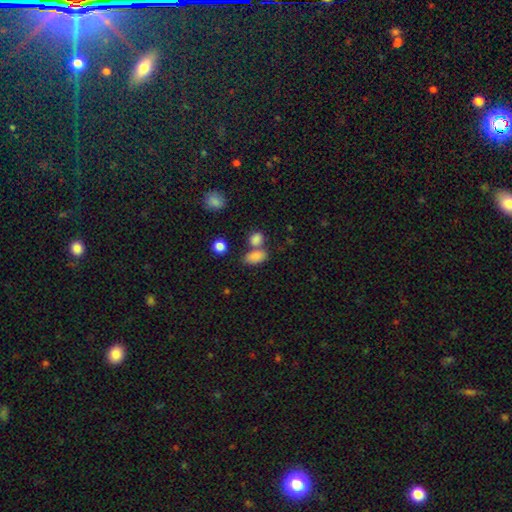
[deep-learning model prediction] Smooth or featured?
  - smooth: 83% *
  - star or artifact: 10%
  - featured or disk: 7%
How rounded?
  - in between: 88% *
  - round: 9%
  - cigar-shaped: 3%
Merging?
  - none: 50% *
  - merger: 34%
  - minor disturbance: 12%
  - major disturbance: 5%